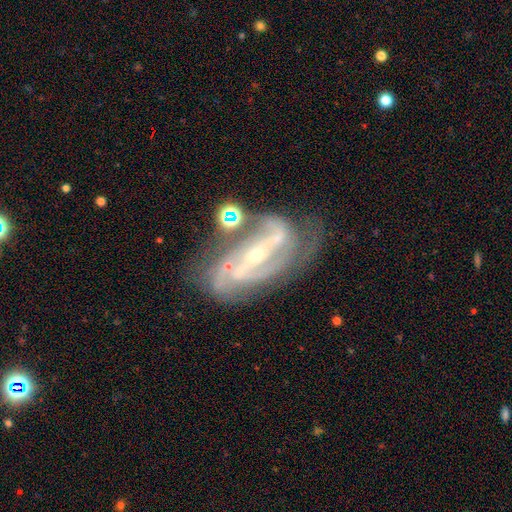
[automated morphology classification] This is clearly a featured or disk galaxy (90%). It is clearly not viewed edge-on (94%). Bar: likely strong (65%). Spiral arm pattern: clearly yes (96%). Spiral arm count: likely 2 (63%). Spiral winding: possibly medium (45%). Central bulge: likely small (75%). Merging: possibly none (55%).